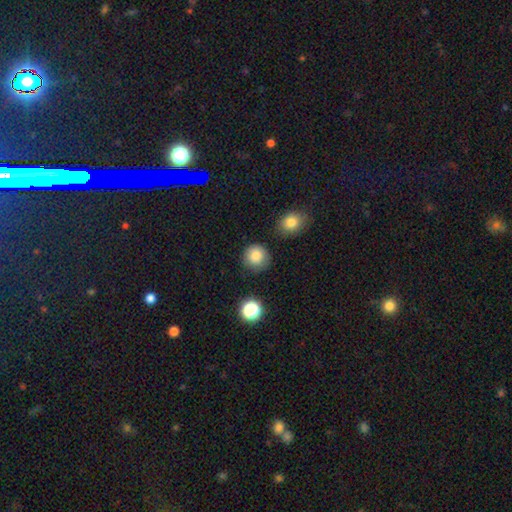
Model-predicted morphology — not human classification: smooth_or_featured: smooth (p=0.85) [alt: star or artifact p=0.09]
how_rounded: round (p=0.91) [alt: in between p=0.08]
merging: none (p=0.81) [alt: minor disturbance p=0.12]